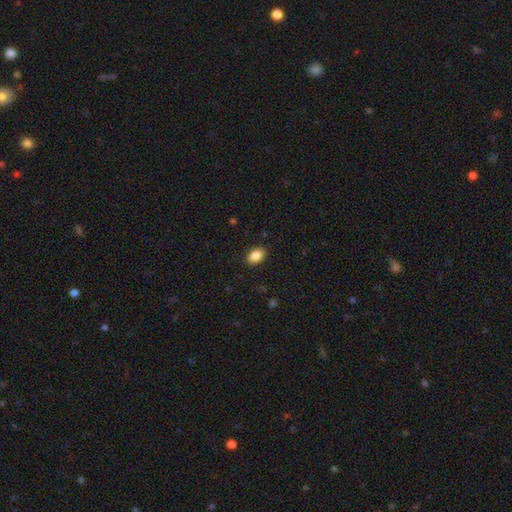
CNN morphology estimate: Smooth or featured? smooth (87%)
How rounded? in between (85%)
Merging? none (89%)